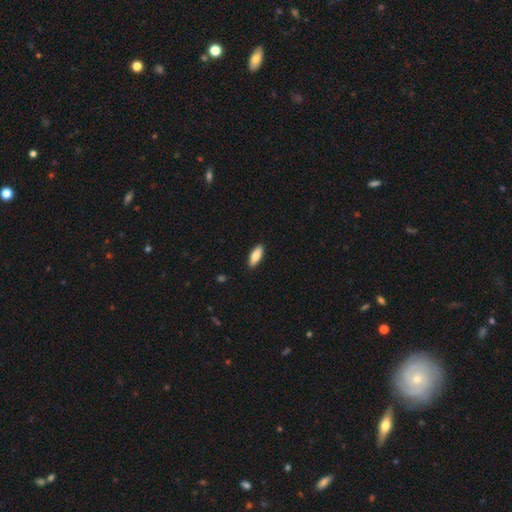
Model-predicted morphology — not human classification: Smooth or featured? Predicted: smooth (p=0.79). How rounded? Predicted: in between (p=0.71). Merging? Predicted: none (p=0.90).